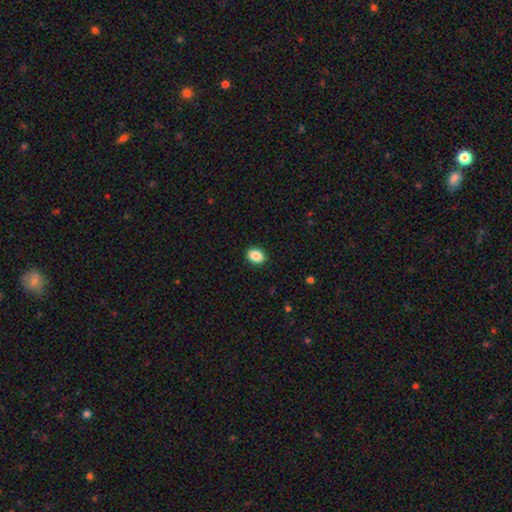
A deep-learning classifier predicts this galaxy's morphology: Q: Smooth or featured?
A: smooth (88%); runner-up: star or artifact (8%)
Q: How rounded?
A: in between (70%); runner-up: round (29%)
Q: Merging?
A: none (91%); runner-up: minor disturbance (6%)